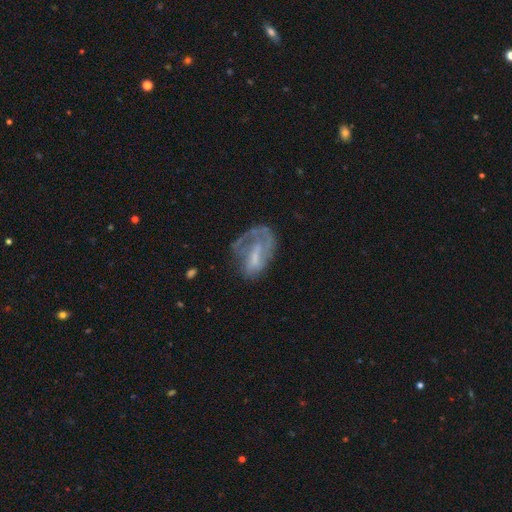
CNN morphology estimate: Smooth or featured? featured or disk (61%)
Edge-on disk? no (95%)
Bar? no (45%)
Spiral arms? yes (53%)
Bulge size? small (37%)
Merging? none (39%)